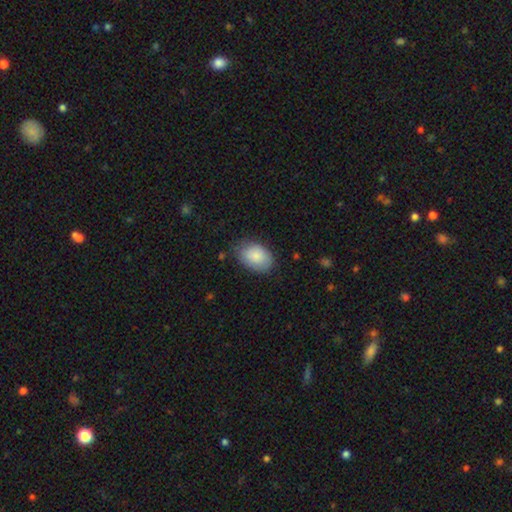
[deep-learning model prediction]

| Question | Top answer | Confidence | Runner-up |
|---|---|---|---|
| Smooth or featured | smooth | 85% | featured or disk (9%) |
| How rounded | in between | 85% | round (14%) |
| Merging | none | 72% | minor disturbance (22%) |